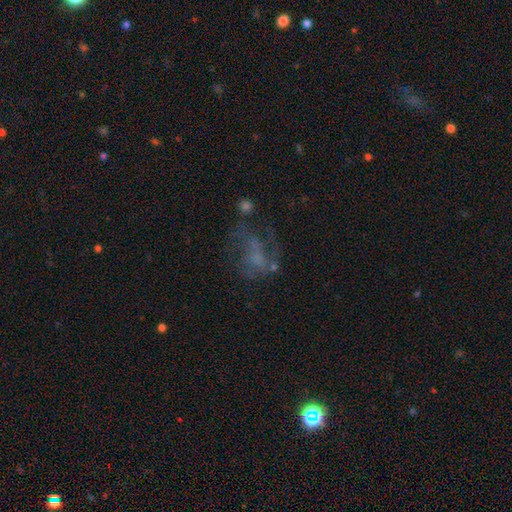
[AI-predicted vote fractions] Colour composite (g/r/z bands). It shows a featured or disk galaxy (50%). Merging: none (39%).